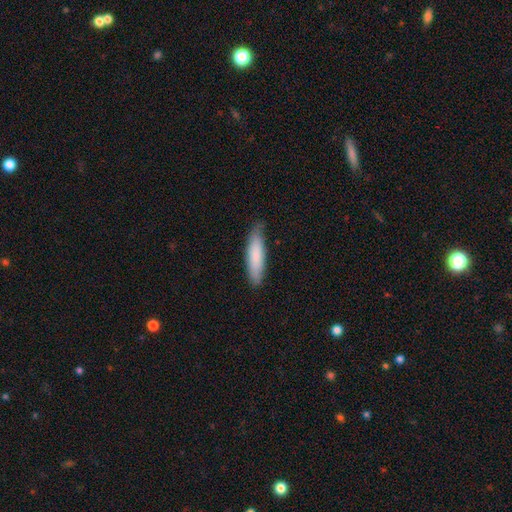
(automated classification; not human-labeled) Smooth or featured: smooth — 81% (featured or disk — 14%)
How rounded: cigar-shaped — 70% (in between — 28%)
Merging: none — 78% (minor disturbance — 18%)